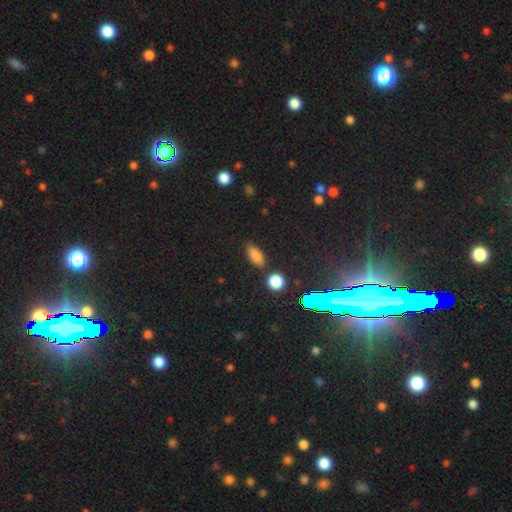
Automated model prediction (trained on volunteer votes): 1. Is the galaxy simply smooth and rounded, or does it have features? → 79% smooth, 15% star or artifact, 6% featured or disk.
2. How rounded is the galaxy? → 79% in between, 14% cigar-shaped, 7% round.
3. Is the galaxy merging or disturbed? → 81% none, 12% minor disturbance, 4% merger, 3% major disturbance.